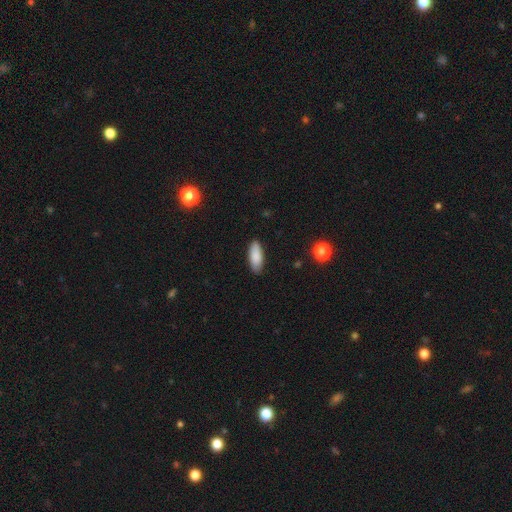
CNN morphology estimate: Smooth or featured? smooth (87%)
How rounded? in between (79%)
Merging? none (86%)